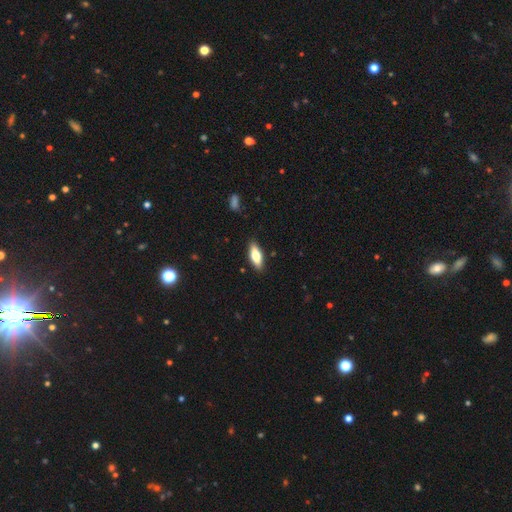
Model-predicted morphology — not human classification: smooth_or_featured: smooth (p=0.69) [alt: featured or disk p=0.25]
how_rounded: in between (p=0.69) [alt: cigar-shaped p=0.28]
merging: none (p=0.88) [alt: minor disturbance p=0.09]